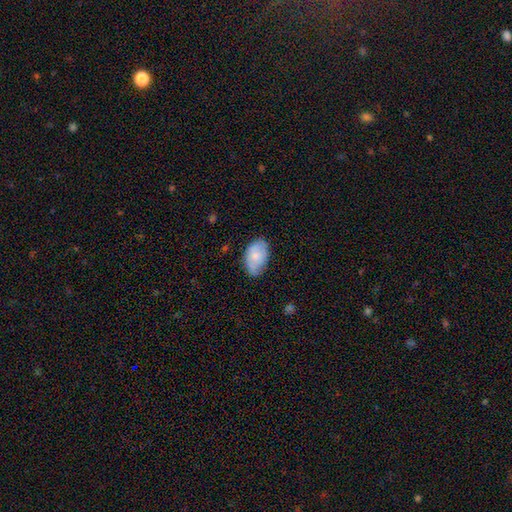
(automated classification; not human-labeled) smooth 73%, featured or disk 20%, star or artifact 7%. Down the decision tree: how rounded — in between (92%); merging — none (67%).